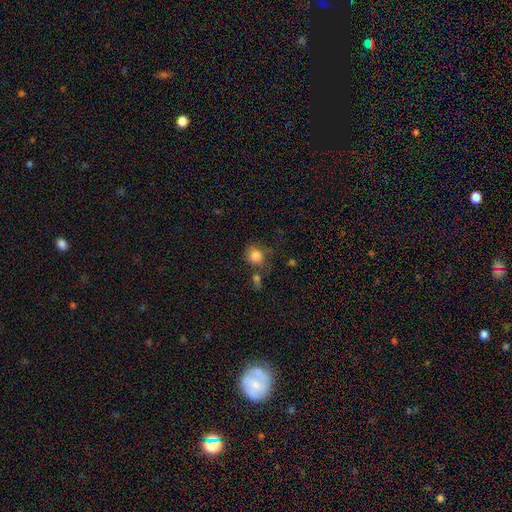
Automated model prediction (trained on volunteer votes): smooth-or-featured: smooth: 81% | star or artifact: 10% | featured or disk: 9%
  how-rounded: round: 71% | in between: 28% | cigar-shaped: 1%
  merging: none: 50% | minor disturbance: 23% | merger: 15% | major disturbance: 11%